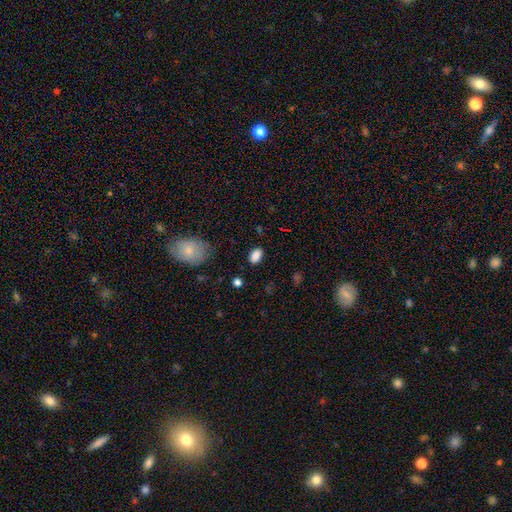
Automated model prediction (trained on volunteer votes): Smooth or featured: smooth — 87% (star or artifact — 8%)
How rounded: in between — 90% (round — 8%)
Merging: none — 84% (minor disturbance — 12%)